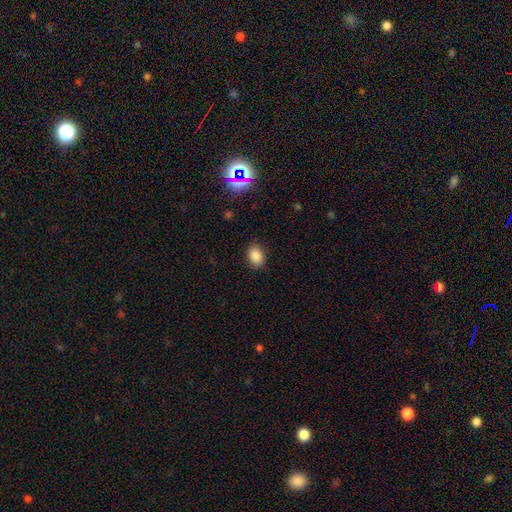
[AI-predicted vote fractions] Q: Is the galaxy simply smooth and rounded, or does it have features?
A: smooth — 85%.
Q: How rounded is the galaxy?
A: in between — 77%.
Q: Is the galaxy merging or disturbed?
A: none — 86%.